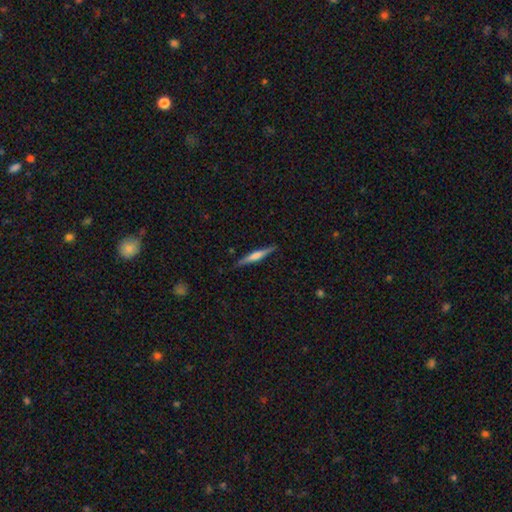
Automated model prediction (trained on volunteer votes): Smooth or featured? featured or disk (56%)
Edge-on disk? yes (97%)
Edge-on bulge? rounded (61%)
Merging? none (89%)